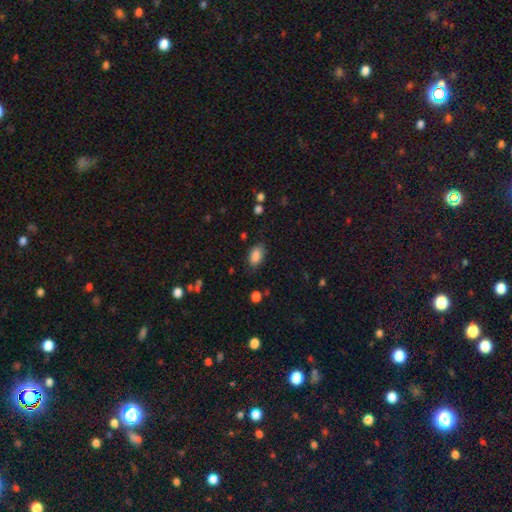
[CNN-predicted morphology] Smooth or featured?
  - smooth: 86% *
  - star or artifact: 8%
  - featured or disk: 5%
How rounded?
  - in between: 91% *
  - round: 7%
  - cigar-shaped: 2%
Merging?
  - none: 76% *
  - minor disturbance: 18%
  - major disturbance: 5%
  - merger: 2%